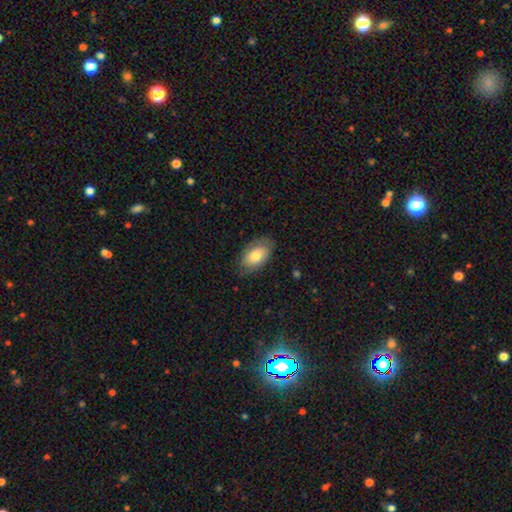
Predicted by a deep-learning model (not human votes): Morphology: type=smooth (74%); roundness=in between (92%); merging=none (77%).